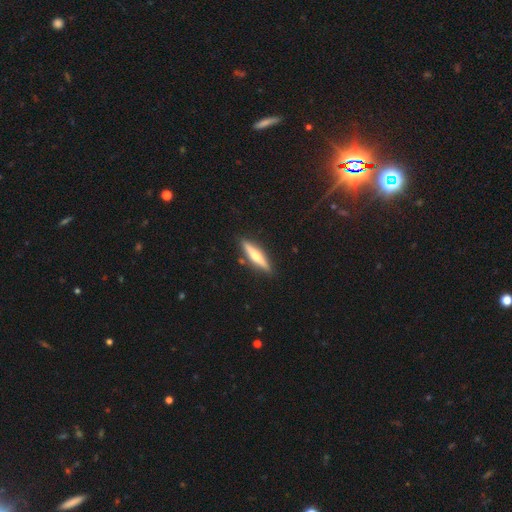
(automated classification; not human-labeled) Smooth or featured: featured or disk — 57% (smooth — 38%)
Edge-on disk: yes — 96% (no — 4%)
Edge-on bulge: rounded — 89% (none — 7%)
Merging: none — 88% (minor disturbance — 8%)